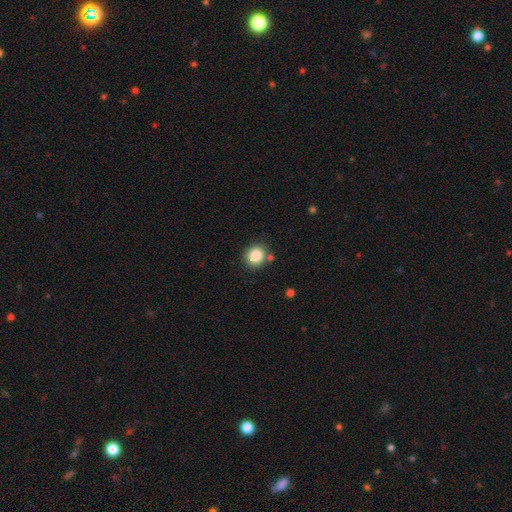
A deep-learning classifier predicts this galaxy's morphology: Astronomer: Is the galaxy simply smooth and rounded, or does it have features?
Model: smooth — 86%.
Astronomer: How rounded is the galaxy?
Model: round — 78%.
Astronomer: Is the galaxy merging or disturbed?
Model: none — 81%.